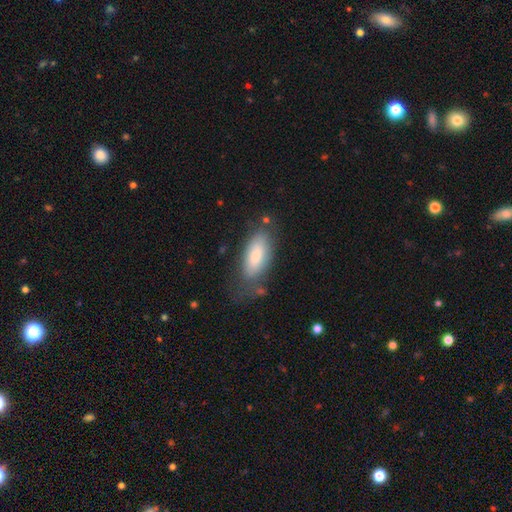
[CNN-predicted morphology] Overall: smooth (77%). How rounded: in between (80%). Merging: none (63%; minor disturbance 24%).